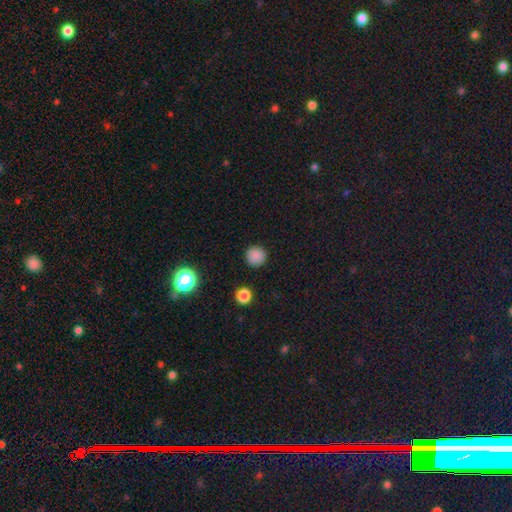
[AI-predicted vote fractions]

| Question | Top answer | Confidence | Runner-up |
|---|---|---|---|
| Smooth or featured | smooth | 85% | star or artifact (12%) |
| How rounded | round | 95% | in between (4%) |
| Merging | none | 91% | minor disturbance (6%) |